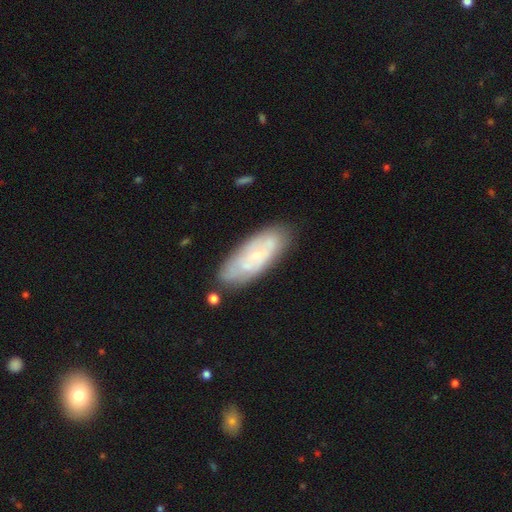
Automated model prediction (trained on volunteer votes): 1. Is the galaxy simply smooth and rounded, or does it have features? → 54% featured or disk, 40% smooth, 6% star or artifact.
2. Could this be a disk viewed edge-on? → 86% no, 14% yes.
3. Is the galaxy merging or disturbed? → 76% none, 16% minor disturbance, 4% major disturbance, 4% merger.